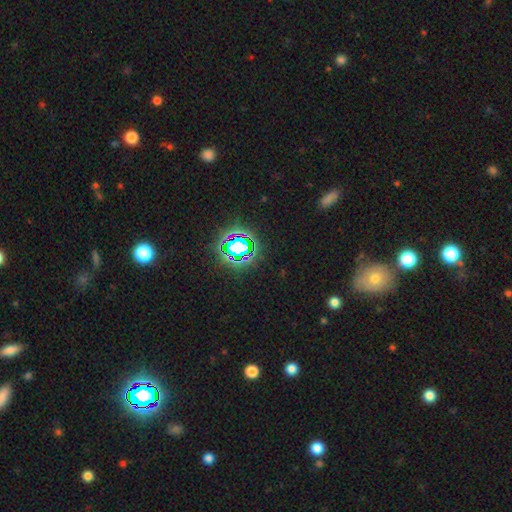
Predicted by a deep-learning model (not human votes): Q: Smooth or featured?
A: star or artifact (69%); runner-up: smooth (21%)